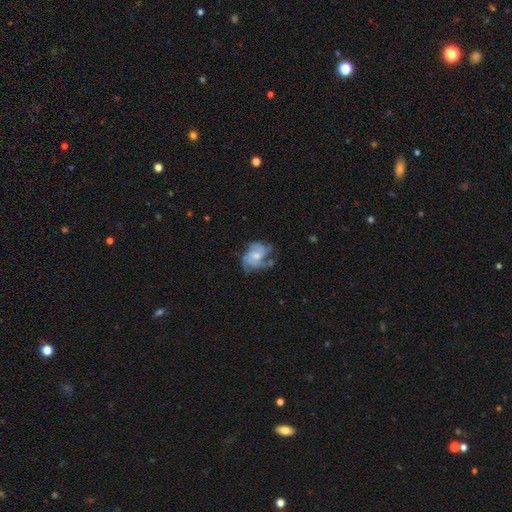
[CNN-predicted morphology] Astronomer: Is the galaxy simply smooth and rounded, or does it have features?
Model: featured or disk — 71%.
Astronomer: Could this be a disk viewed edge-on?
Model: no — 98%.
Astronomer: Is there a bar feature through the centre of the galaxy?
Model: no — 67%.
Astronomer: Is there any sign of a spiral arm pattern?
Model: yes — 87%.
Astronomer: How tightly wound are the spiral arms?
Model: medium — 44% (runner-up: tight, 37%).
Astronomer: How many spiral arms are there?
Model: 3 — 35% (runner-up: can't tell, 24%).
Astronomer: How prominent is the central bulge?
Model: moderate — 51% (runner-up: small, 34%).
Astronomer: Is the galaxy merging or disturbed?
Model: none — 48% (runner-up: minor disturbance, 26%).